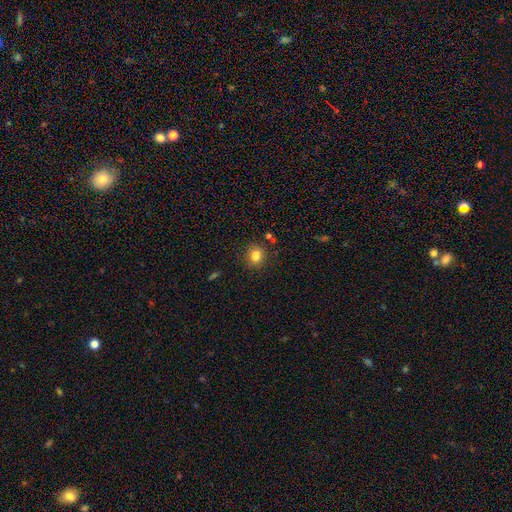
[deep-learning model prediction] smooth_or_featured: smooth (p=0.83) [alt: star or artifact p=0.11]
how_rounded: round (p=0.72) [alt: in between p=0.27]
merging: none (p=0.86) [alt: minor disturbance p=0.09]